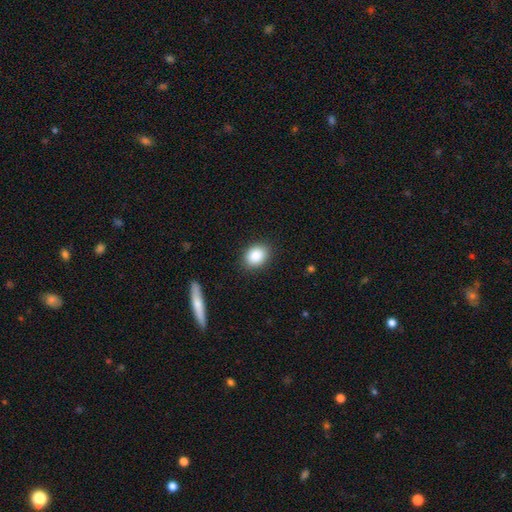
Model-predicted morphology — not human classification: Smooth or featured? smooth (87%)
How rounded? in between (58%)
Merging? none (87%)